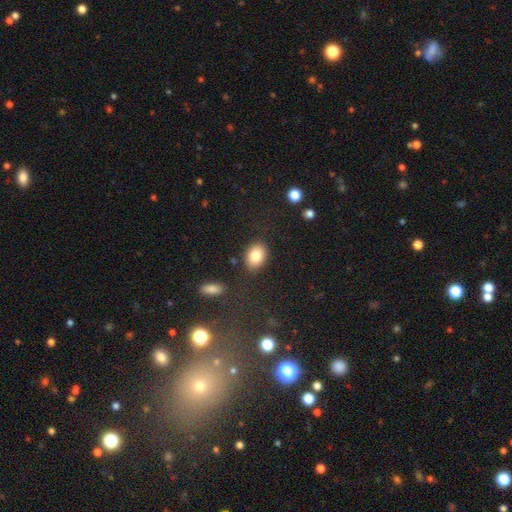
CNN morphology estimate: Smooth or featured? Predicted: smooth (p=0.84). How rounded? Predicted: in between (p=0.77). Merging? Predicted: none (p=0.82).